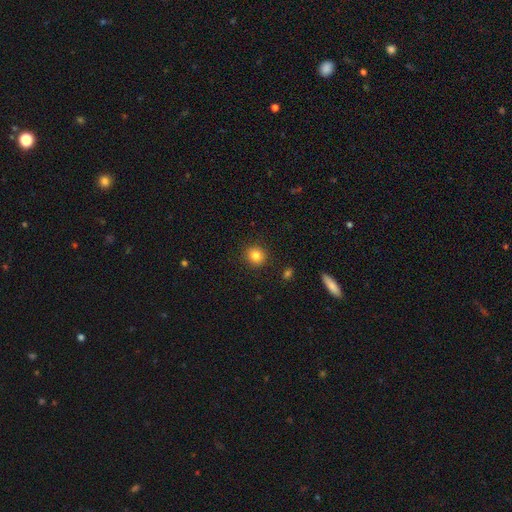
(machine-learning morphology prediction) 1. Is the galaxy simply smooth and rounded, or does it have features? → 83% smooth, 11% star or artifact, 6% featured or disk.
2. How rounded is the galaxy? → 89% round, 10% in between, 1% cigar-shaped.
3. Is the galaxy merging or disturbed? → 91% none, 6% minor disturbance, 2% major disturbance, 1% merger.